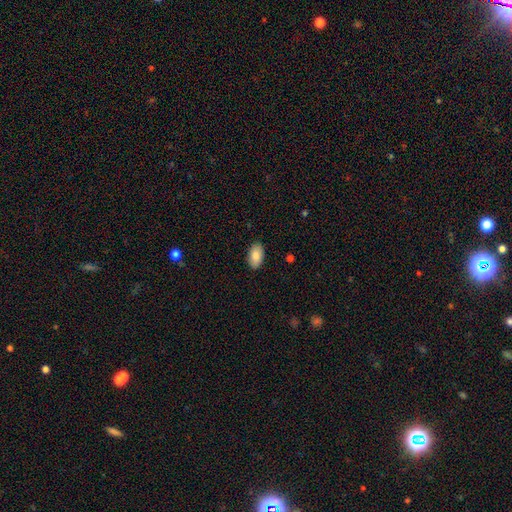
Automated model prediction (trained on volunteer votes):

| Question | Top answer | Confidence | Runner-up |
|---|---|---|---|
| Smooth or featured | smooth | 87% | featured or disk (7%) |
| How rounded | in between | 95% | round (3%) |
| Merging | none | 89% | minor disturbance (8%) |